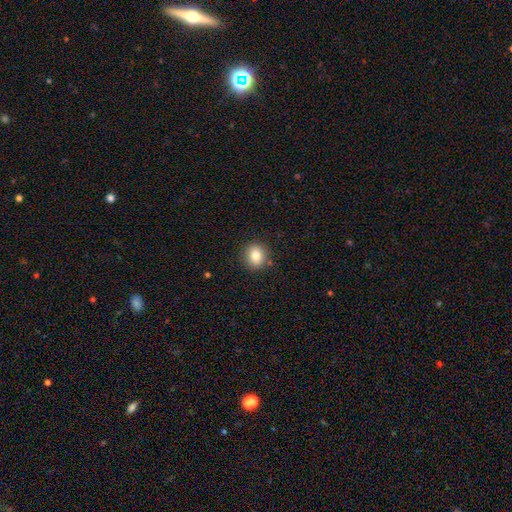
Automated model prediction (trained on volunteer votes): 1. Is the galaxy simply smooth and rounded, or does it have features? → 81% smooth, 10% star or artifact, 8% featured or disk.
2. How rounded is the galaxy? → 79% round, 21% in between, 1% cigar-shaped.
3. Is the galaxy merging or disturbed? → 87% none, 9% minor disturbance, 2% major disturbance, 2% merger.